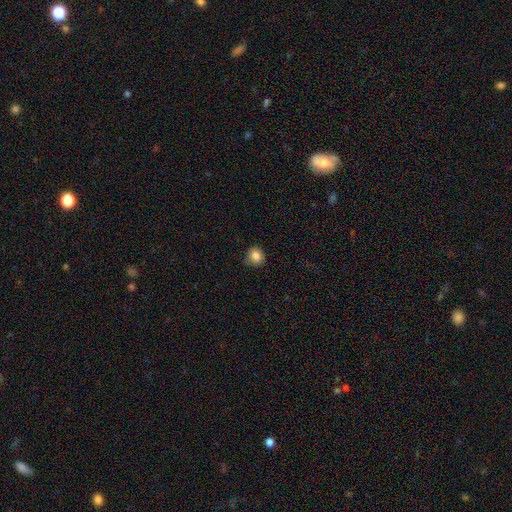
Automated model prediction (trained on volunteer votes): smooth 84%, star or artifact 10%, featured or disk 7%. Down the decision tree: how rounded — round (69%); merging — none (72%).